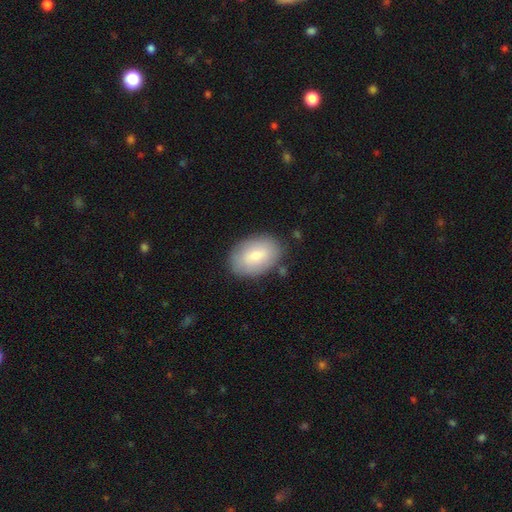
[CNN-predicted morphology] Smooth or featured?
  - smooth: 73% *
  - featured or disk: 21%
  - star or artifact: 6%
How rounded?
  - in between: 88% *
  - round: 11%
  - cigar-shaped: 1%
Merging?
  - none: 81% *
  - minor disturbance: 13%
  - major disturbance: 3%
  - merger: 2%